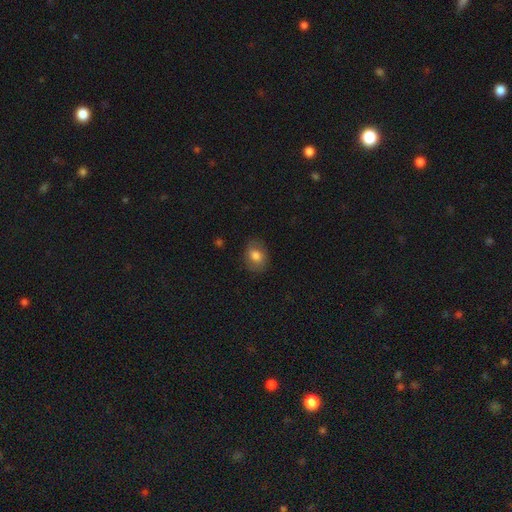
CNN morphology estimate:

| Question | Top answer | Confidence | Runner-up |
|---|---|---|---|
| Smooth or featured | smooth | 76% | featured or disk (16%) |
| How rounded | in between | 61% | round (38%) |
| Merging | none | 82% | minor disturbance (13%) |